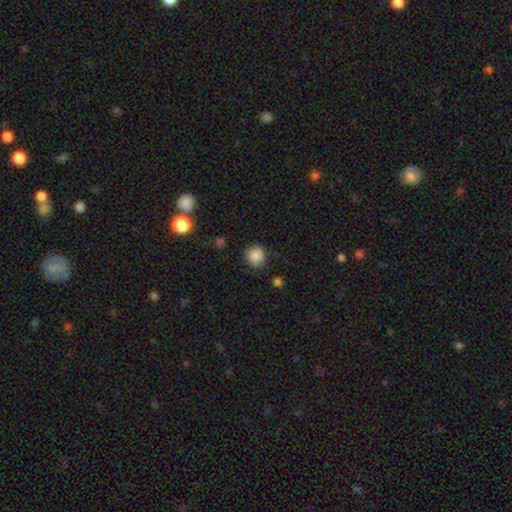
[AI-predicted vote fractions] Q: Smooth or featured?
A: smooth (86%); runner-up: star or artifact (10%)
Q: How rounded?
A: round (88%); runner-up: in between (11%)
Q: Merging?
A: none (82%); runner-up: minor disturbance (13%)